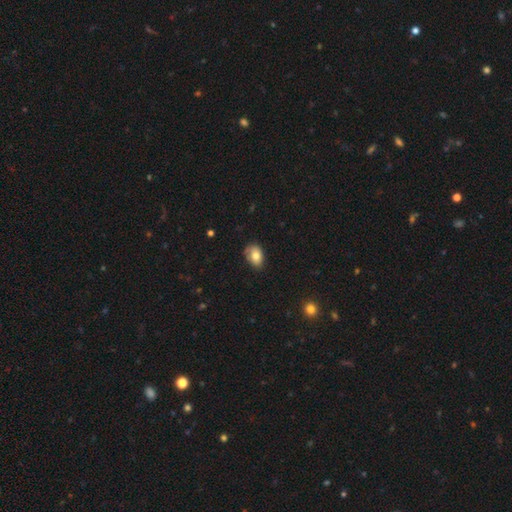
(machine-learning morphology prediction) Smooth or featured? smooth (78%)
How rounded? in between (83%)
Merging? none (66%)